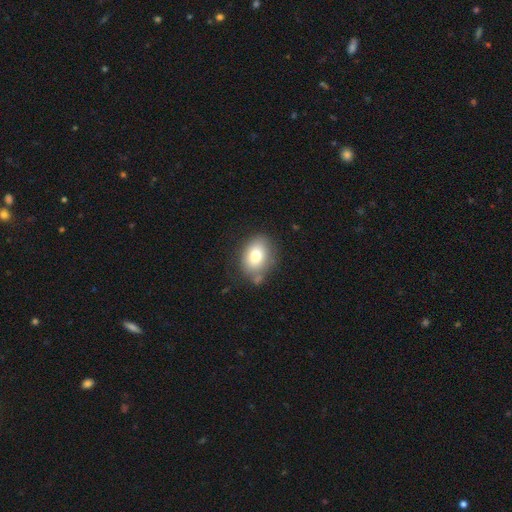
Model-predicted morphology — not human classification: Q: Smooth or featured?
A: smooth (77%); runner-up: featured or disk (14%)
Q: How rounded?
A: in between (70%); runner-up: round (29%)
Q: Merging?
A: none (69%); runner-up: minor disturbance (19%)